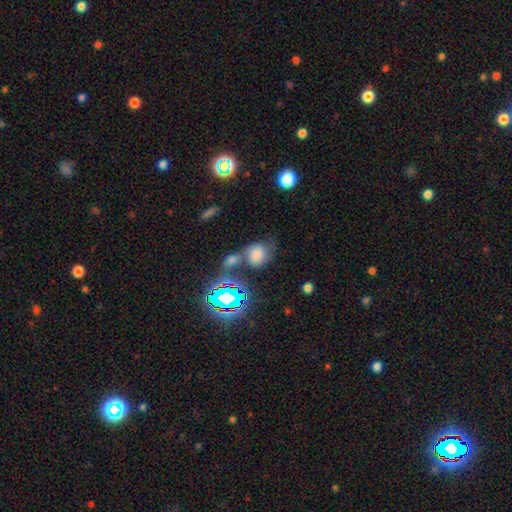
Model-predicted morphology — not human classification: Smooth or featured? Predicted: smooth (p=0.60). How rounded? Predicted: round (p=0.51). Merging? Predicted: none (p=0.40).